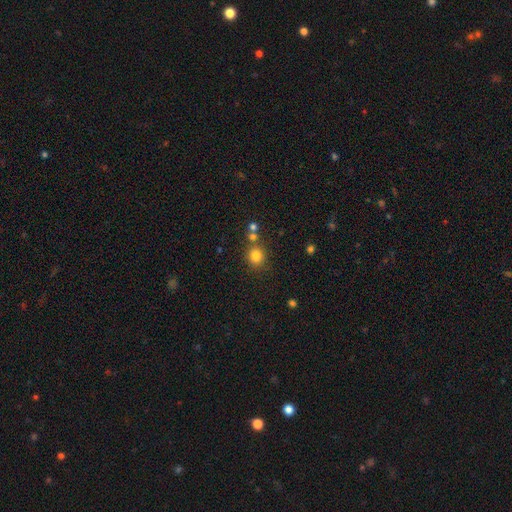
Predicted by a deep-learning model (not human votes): A smooth galaxy with no disk features (80%) that is round (85%).

Vote fractions:
- Smooth or featured? smooth: 80% / star or artifact: 13% / featured or disk: 6%
- How rounded? round: 85% / in between: 14% / cigar-shaped: 1%
- Merging? none: 75% / merger: 13% / minor disturbance: 9% / major disturbance: 3%